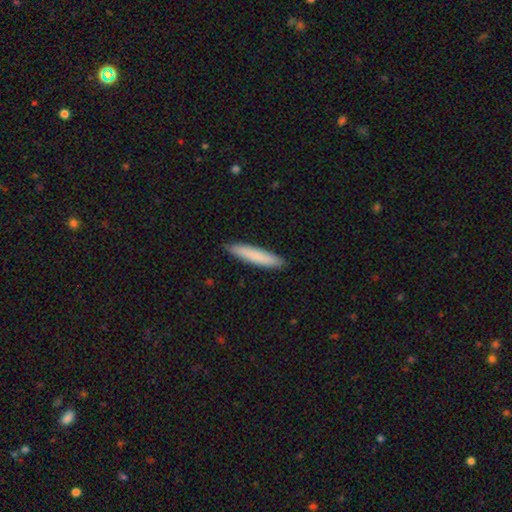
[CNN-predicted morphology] This is clearly a smooth galaxy (82%). How rounded: clearly cigar-shaped (91%). Merging: clearly none (90%).